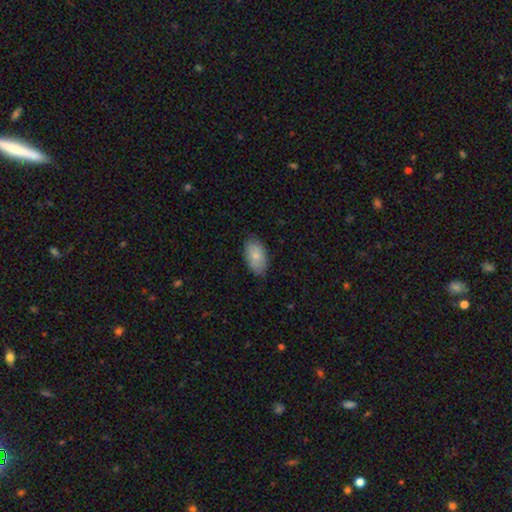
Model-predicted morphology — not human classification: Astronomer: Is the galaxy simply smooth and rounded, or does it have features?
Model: smooth — 82%.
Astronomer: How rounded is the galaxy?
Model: in between — 93%.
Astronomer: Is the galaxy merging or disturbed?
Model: none — 81%.